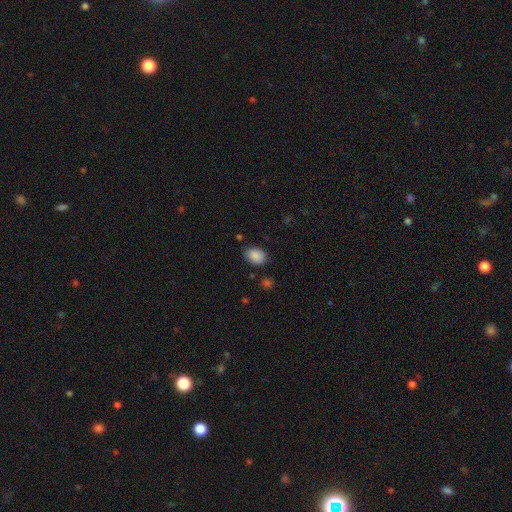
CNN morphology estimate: Smooth or featured? Predicted: smooth (p=0.88). How rounded? Predicted: in between (p=0.78). Merging? Predicted: none (p=0.79).